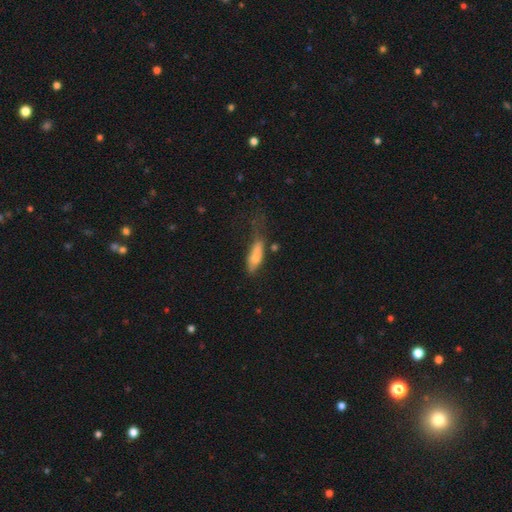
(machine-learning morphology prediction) Smooth or featured? smooth (73%)
How rounded? in between (54%)
Merging? none (32%)